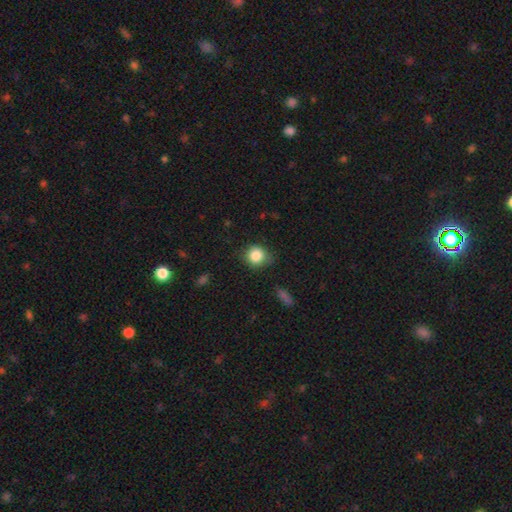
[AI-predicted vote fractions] smooth-or-featured: smooth: 85% | star or artifact: 10% | featured or disk: 5%
  how-rounded: round: 85% | in between: 14% | cigar-shaped: 1%
  merging: none: 77% | minor disturbance: 17% | major disturbance: 4% | merger: 1%